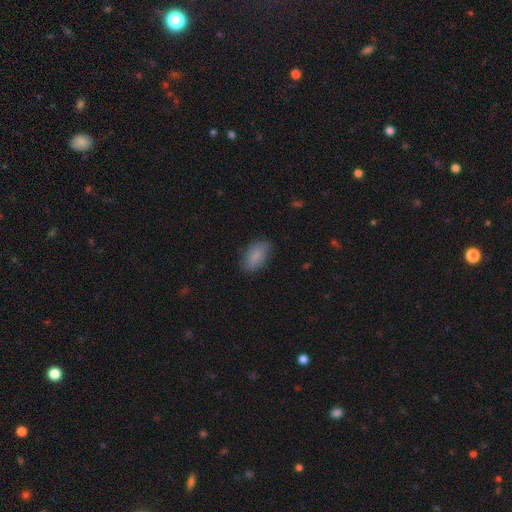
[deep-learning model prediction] Overall: smooth (85%). How rounded: in between (93%). Merging: none (82%).